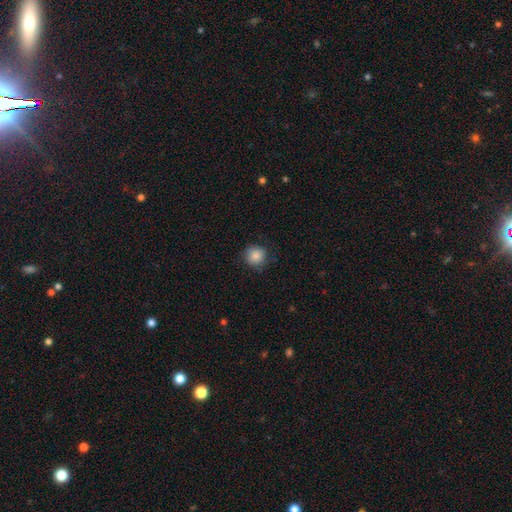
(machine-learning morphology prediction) Smooth or featured? Predicted: smooth (p=0.85). How rounded? Predicted: round (p=0.90). Merging? Predicted: none (p=0.79).